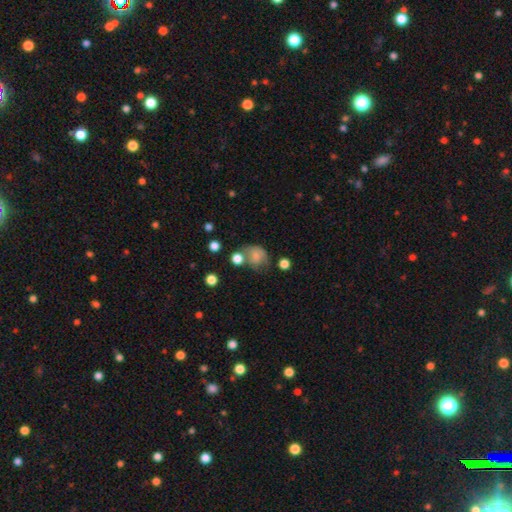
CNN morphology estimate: A smooth galaxy with no disk features (72%) that is round (60%).

Vote fractions:
- Smooth or featured? smooth: 72% / featured or disk: 17% / star or artifact: 11%
- How rounded? round: 60% / in between: 39% / cigar-shaped: 1%
- Merging? none: 39% / minor disturbance: 25% / merger: 19% / major disturbance: 18%